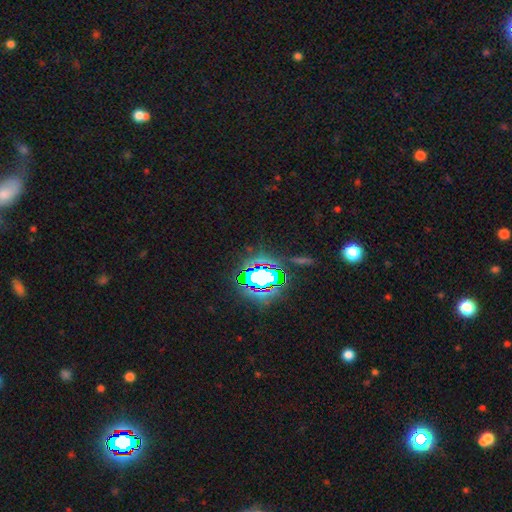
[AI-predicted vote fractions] Smooth or featured? star or artifact (83%)